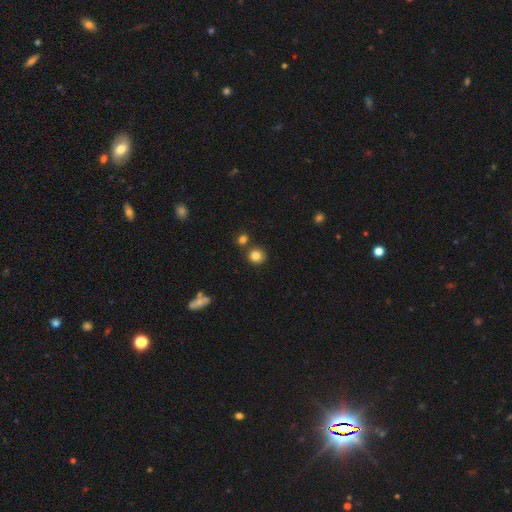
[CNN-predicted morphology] Smooth or featured?
  - smooth: 82% *
  - star or artifact: 12%
  - featured or disk: 6%
How rounded?
  - round: 86% *
  - in between: 13%
  - cigar-shaped: 1%
Merging?
  - none: 77% *
  - merger: 11%
  - minor disturbance: 9%
  - major disturbance: 3%